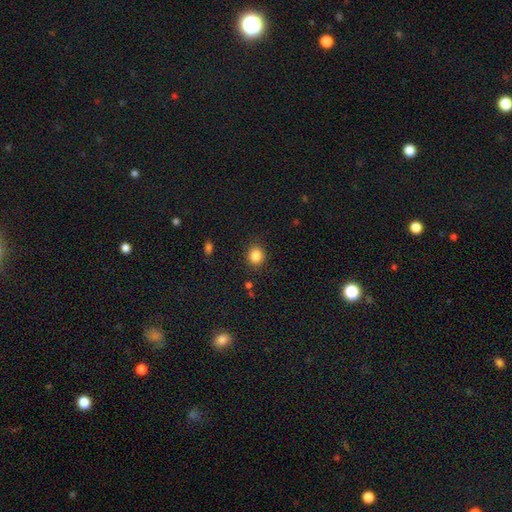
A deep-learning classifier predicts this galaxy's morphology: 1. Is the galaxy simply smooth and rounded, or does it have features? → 85% smooth, 11% star or artifact, 4% featured or disk.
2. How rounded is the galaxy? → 78% round, 21% in between, 1% cigar-shaped.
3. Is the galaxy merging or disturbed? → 88% none, 8% minor disturbance, 3% major disturbance, 2% merger.